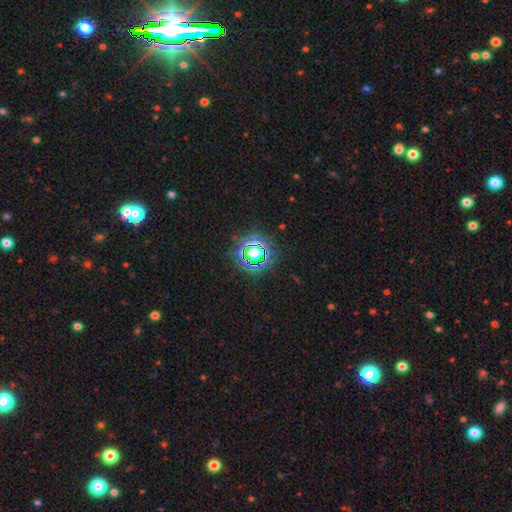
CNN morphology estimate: This is likely a star or artifact rather than a galaxy (76%).